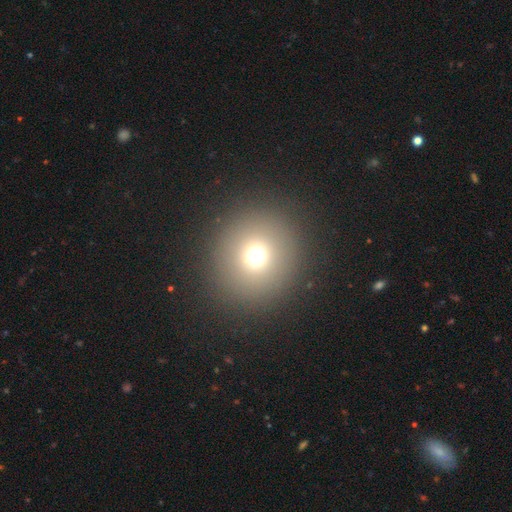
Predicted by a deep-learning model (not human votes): This appears to be a smooth galaxy with no disk features (69%) that is round (94%). Merging: none (90%).